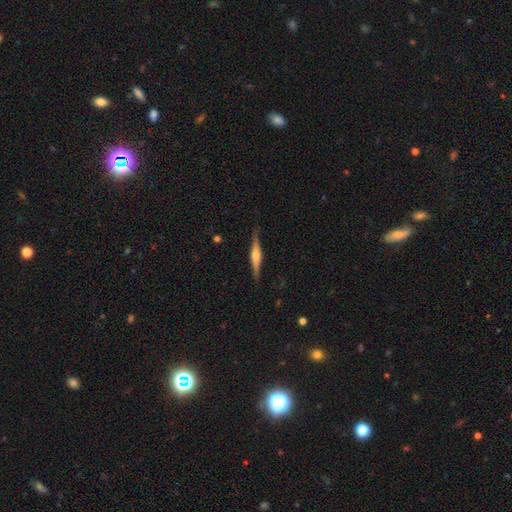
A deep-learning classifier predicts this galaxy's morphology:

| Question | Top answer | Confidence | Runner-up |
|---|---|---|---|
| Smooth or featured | featured or disk | 71% | smooth (23%) |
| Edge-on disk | yes | 98% | no (2%) |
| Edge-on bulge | rounded | 72% | boxy (22%) |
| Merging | none | 87% | minor disturbance (10%) |